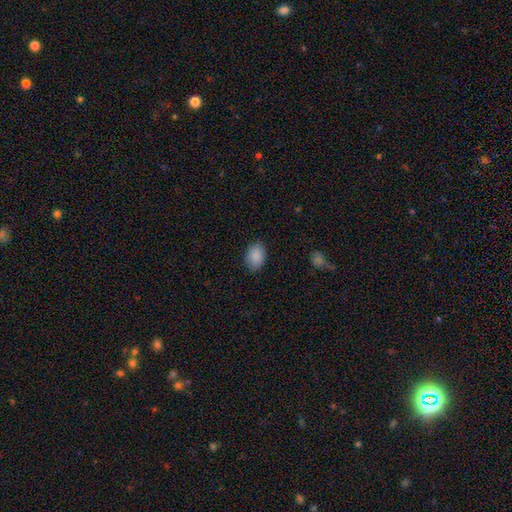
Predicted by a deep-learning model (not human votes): This is clearly a smooth galaxy (90%). How rounded: clearly in between (82%). Merging: clearly none (86%).